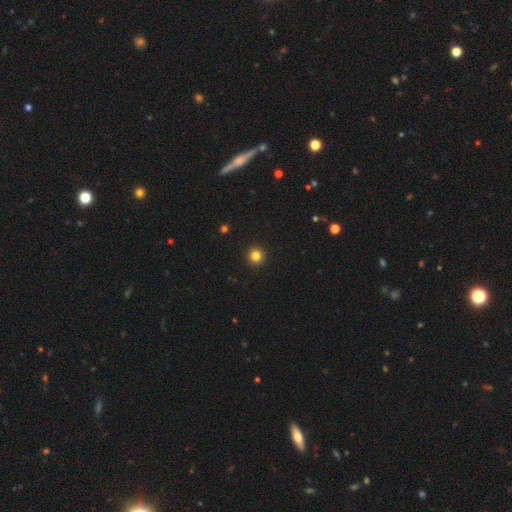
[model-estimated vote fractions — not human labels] smooth 82%, star or artifact 13%, featured or disk 5%. Down the decision tree: how rounded — round (95%); merging — none (94%).